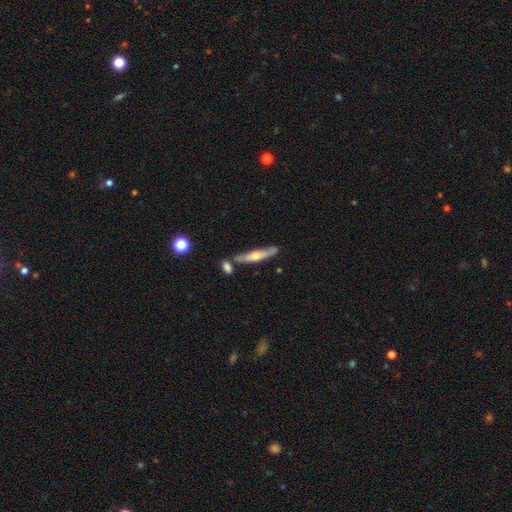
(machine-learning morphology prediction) Overall: featured or disk (59%; smooth 34%). Edge-on disk: yes (88%). Edge-on bulge: rounded (85%). Merging: none (71%).